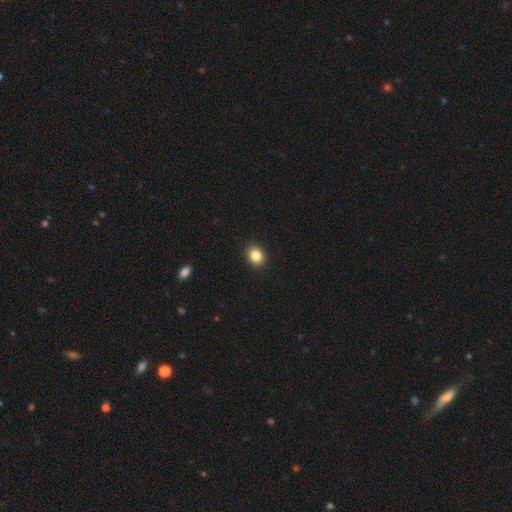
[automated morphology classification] Q: Smooth or featured?
A: smooth (84%); runner-up: star or artifact (10%)
Q: How rounded?
A: round (67%); runner-up: in between (32%)
Q: Merging?
A: none (92%); runner-up: minor disturbance (5%)